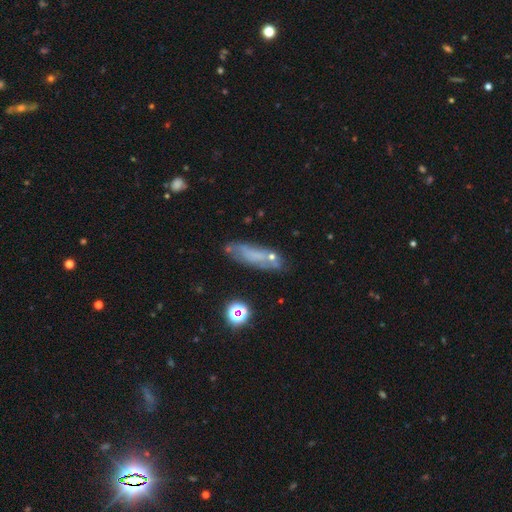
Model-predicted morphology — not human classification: A smooth galaxy with no disk features (48%).

Vote fractions:
- Smooth or featured? smooth: 48% / featured or disk: 36% / star or artifact: 17%
- Merging? none: 61% / minor disturbance: 21% / major disturbance: 9% / merger: 8%